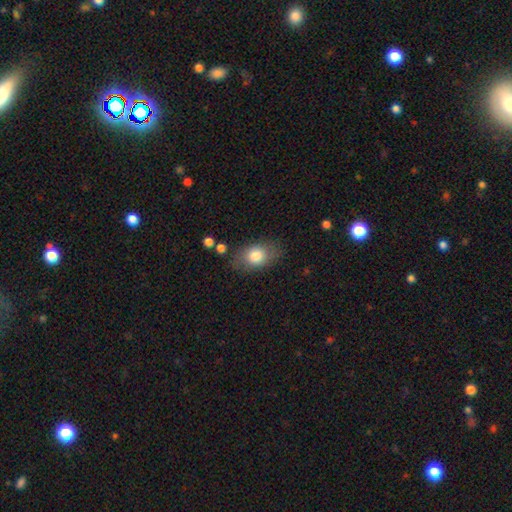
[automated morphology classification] smooth_or_featured: smooth (p=0.79) [alt: featured or disk p=0.14]
how_rounded: in between (p=0.77) [alt: round p=0.21]
merging: none (p=0.76) [alt: minor disturbance p=0.16]